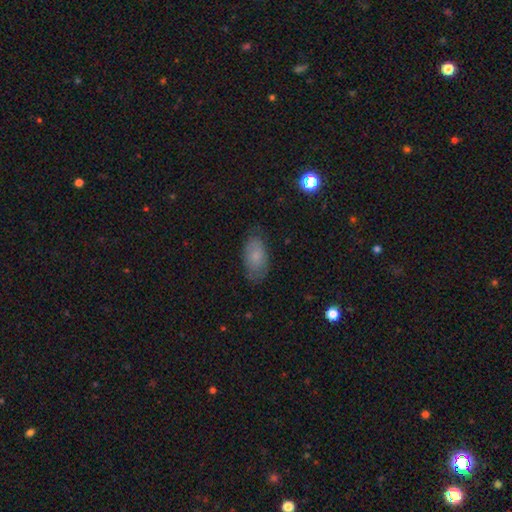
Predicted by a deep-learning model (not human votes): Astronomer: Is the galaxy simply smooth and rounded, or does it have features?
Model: smooth — 75%.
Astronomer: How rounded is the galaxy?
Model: in between — 93%.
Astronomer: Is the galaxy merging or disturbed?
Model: none — 76%.